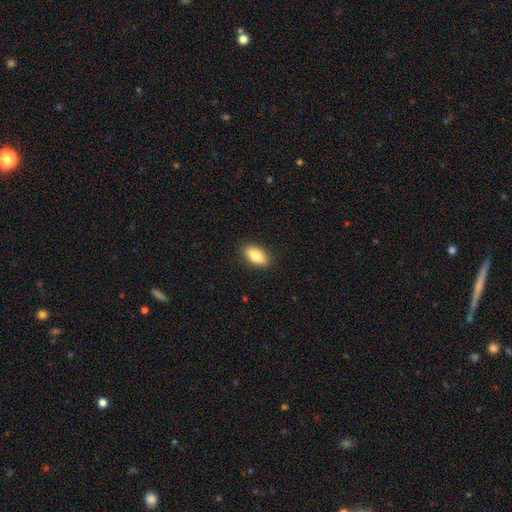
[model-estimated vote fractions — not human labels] Smooth or featured? Predicted: smooth (p=0.83). How rounded? Predicted: in between (p=0.87). Merging? Predicted: none (p=0.89).